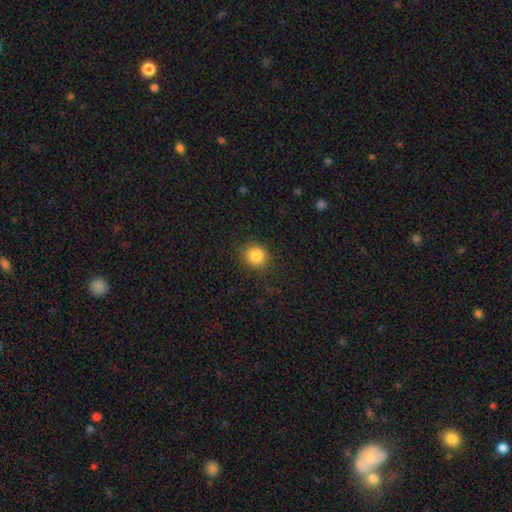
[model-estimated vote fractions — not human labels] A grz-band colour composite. It shows a smooth galaxy with no disk features (85%) that is round (84%). Merging: none (87%).